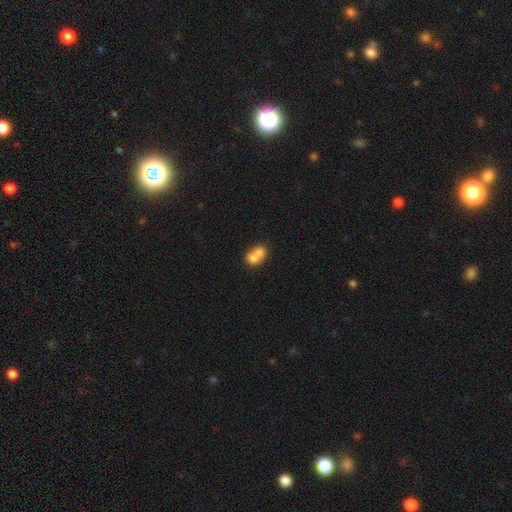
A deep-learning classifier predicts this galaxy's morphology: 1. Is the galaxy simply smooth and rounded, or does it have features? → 72% smooth, 19% featured or disk, 9% star or artifact.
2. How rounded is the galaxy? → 57% round, 41% in between, 1% cigar-shaped.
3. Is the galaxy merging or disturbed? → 71% merger, 21% none, 5% minor disturbance, 3% major disturbance.